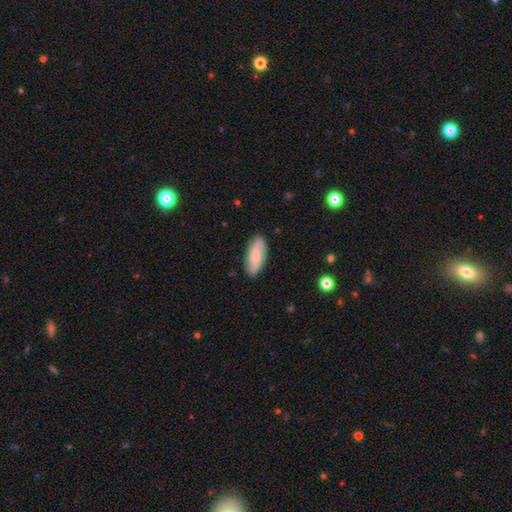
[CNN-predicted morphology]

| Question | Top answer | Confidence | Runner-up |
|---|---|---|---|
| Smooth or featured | smooth | 54% | featured or disk (39%) |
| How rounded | in between | 80% | cigar-shaped (17%) |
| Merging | none | 84% | minor disturbance (12%) |